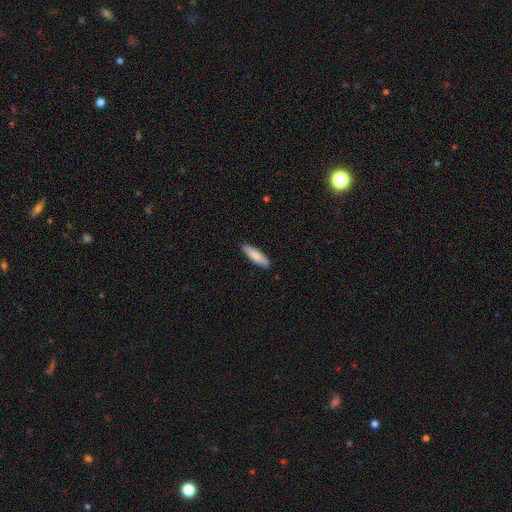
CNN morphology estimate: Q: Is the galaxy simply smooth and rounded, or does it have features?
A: smooth — 83%.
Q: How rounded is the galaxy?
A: cigar-shaped — 68%.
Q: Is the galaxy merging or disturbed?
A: none — 89%.